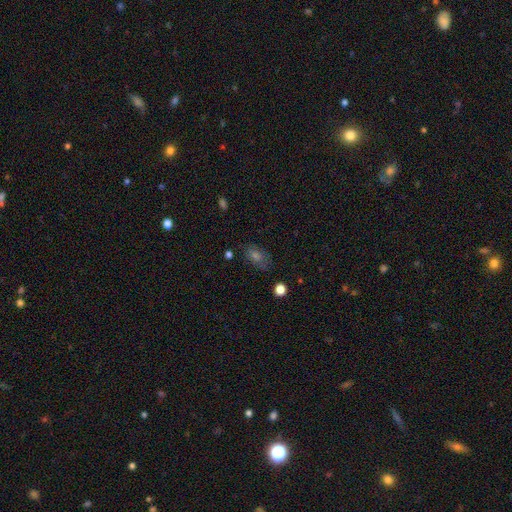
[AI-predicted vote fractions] A smooth galaxy with no disk features (51%) that is in between round and cigar-shaped (80%).

Vote fractions:
- Smooth or featured? smooth: 51% / star or artifact: 25% / featured or disk: 24%
- How rounded? in between: 80% / round: 17% / cigar-shaped: 3%
- Merging? none: 75% / minor disturbance: 17% / major disturbance: 6% / merger: 2%